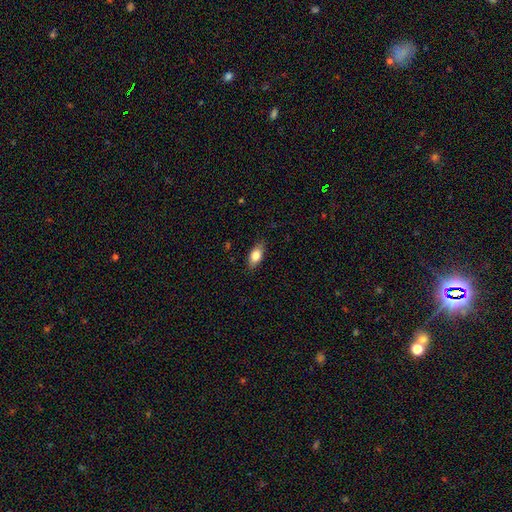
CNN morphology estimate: The model was most divided on "smooth or featured": smooth: 78%, featured or disk: 15%, star or artifact: 7%. More confident: how rounded — in between (85%); merging — none (84%).